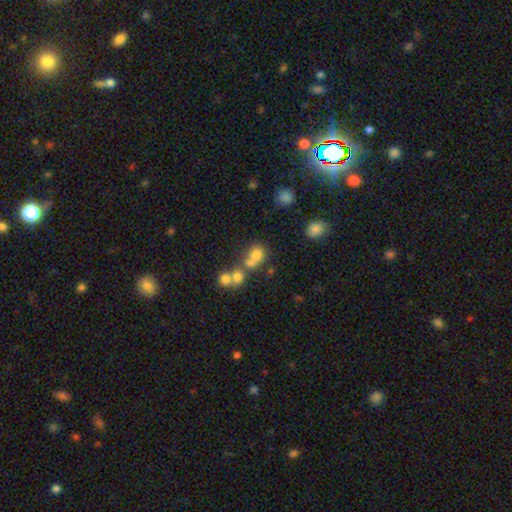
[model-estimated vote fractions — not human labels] Smooth or featured? smooth (68%)
How rounded? round (66%)
Merging? merger (53%)